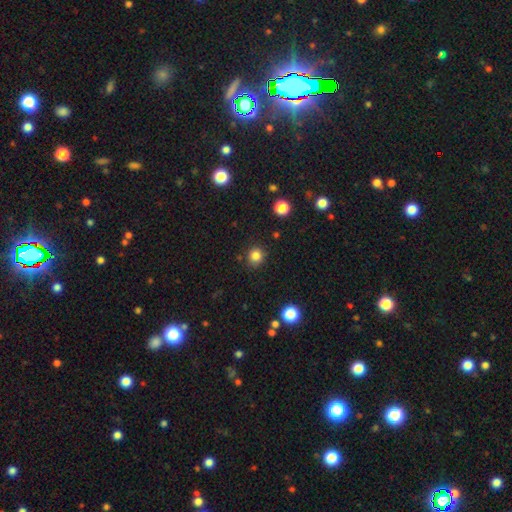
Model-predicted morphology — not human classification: Overall: smooth (83%). How rounded: round (88%). Merging: none (87%).